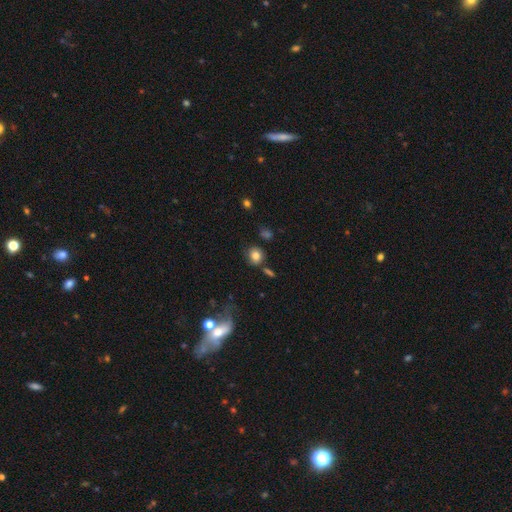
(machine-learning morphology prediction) Smooth or featured? smooth (79%)
How rounded? round (81%)
Merging? none (71%)